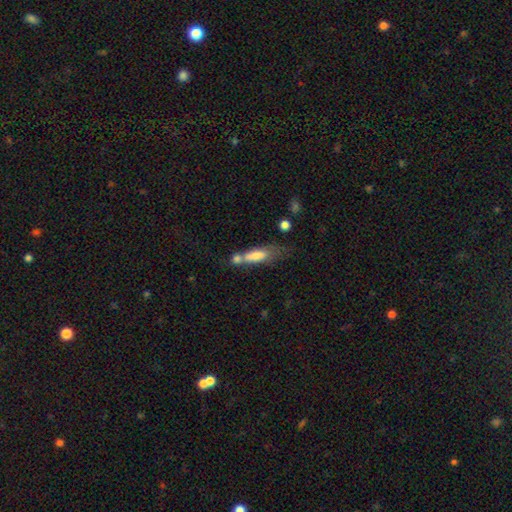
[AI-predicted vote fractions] Overall: smooth (70%). How rounded: cigar-shaped (56%; in between 42%). Merging: merger (42%; none 26%).